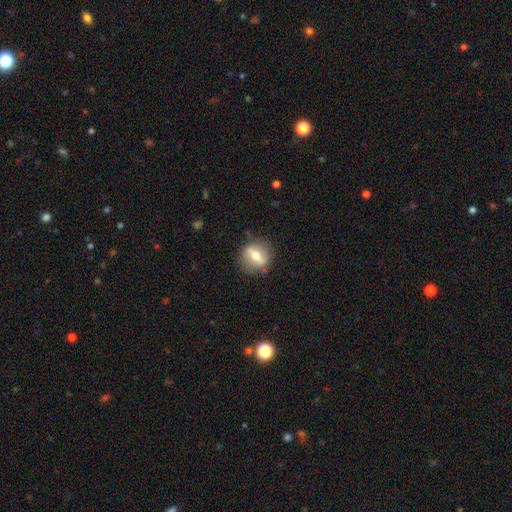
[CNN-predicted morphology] This appears to be a featured or disk galaxy (49%). Merging: none (83%).